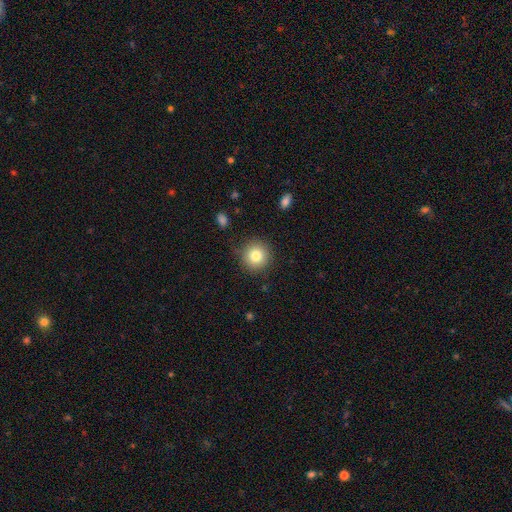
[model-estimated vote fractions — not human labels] smooth-or-featured: smooth: 82% | star or artifact: 10% | featured or disk: 8%
  how-rounded: round: 93% | in between: 6% | cigar-shaped: 1%
  merging: none: 87% | minor disturbance: 9% | major disturbance: 3% | merger: 1%